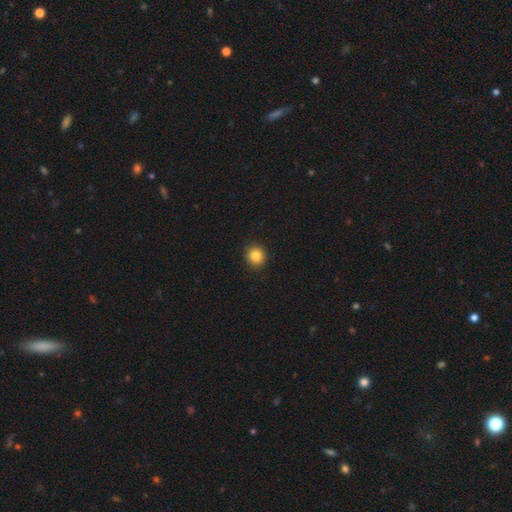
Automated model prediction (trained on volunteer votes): A smooth galaxy with no disk features (85%) that is round (87%).

Vote fractions:
- Smooth or featured? smooth: 85% / star or artifact: 10% / featured or disk: 5%
- How rounded? round: 87% / in between: 12% / cigar-shaped: 1%
- Merging? none: 91% / minor disturbance: 6% / major disturbance: 2% / merger: 1%